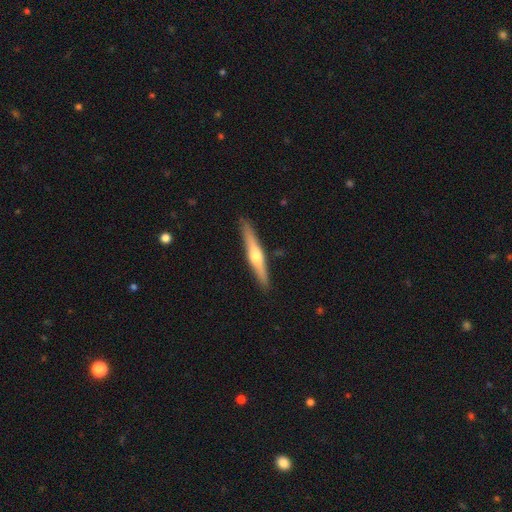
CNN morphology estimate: Smooth or featured? Predicted: featured or disk (p=0.62). Edge-on disk? Predicted: yes (p=0.96). Edge-on bulge? Predicted: rounded (p=0.92). Merging? Predicted: none (p=0.90).